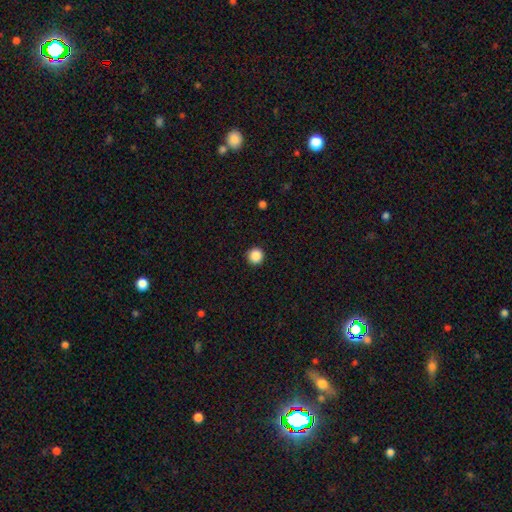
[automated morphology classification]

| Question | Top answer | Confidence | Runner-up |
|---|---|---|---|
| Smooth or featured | smooth | 88% | star or artifact (10%) |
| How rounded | round | 96% | in between (3%) |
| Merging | none | 93% | minor disturbance (4%) |